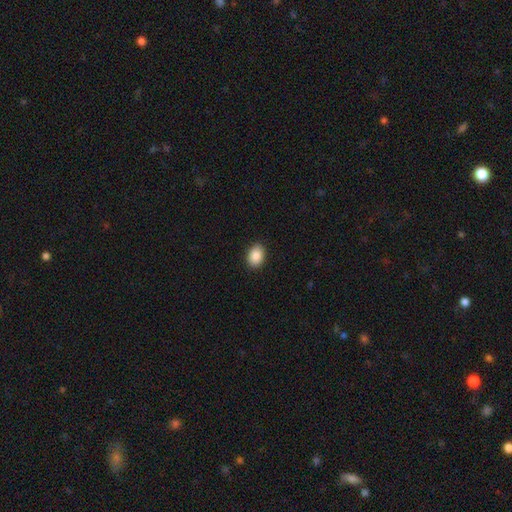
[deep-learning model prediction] Smooth or featured? smooth (88%)
How rounded? in between (77%)
Merging? none (90%)